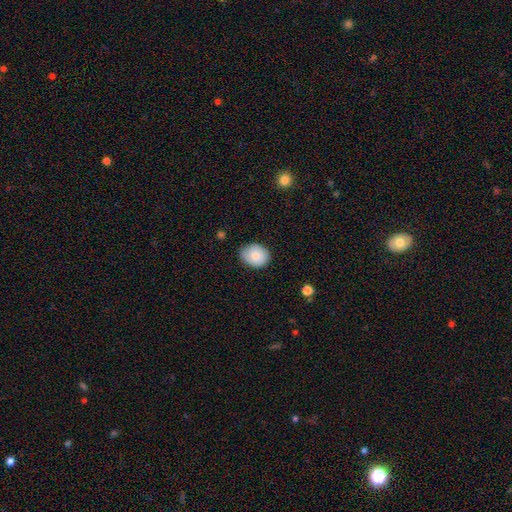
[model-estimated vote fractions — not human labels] smooth-or-featured: smooth: 82% | featured or disk: 10% | star or artifact: 8%
  how-rounded: in between: 51% | round: 49% | cigar-shaped: 1%
  merging: none: 77% | minor disturbance: 19% | major disturbance: 3% | merger: 1%